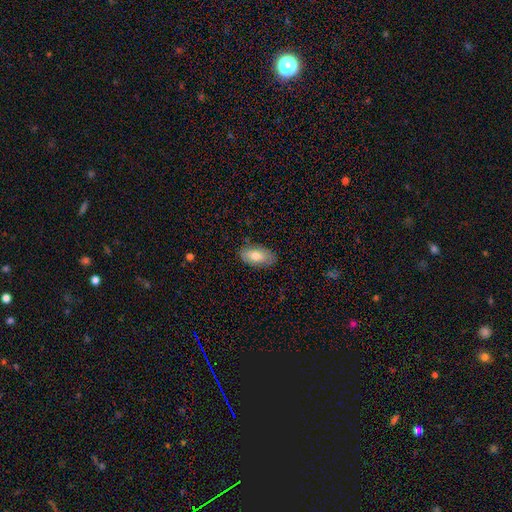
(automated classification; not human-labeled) A smooth galaxy with no disk features (75%) that is in between round and cigar-shaped (92%).

Vote fractions:
- Smooth or featured? smooth: 75% / featured or disk: 18% / star or artifact: 6%
- How rounded? in between: 92% / cigar-shaped: 5% / round: 3%
- Merging? none: 82% / minor disturbance: 14% / major disturbance: 3% / merger: 1%